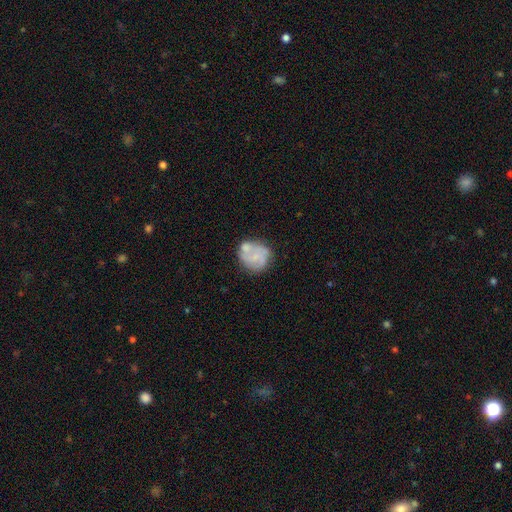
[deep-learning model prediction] A featured or disk galaxy (47%). Merging: none (51%).